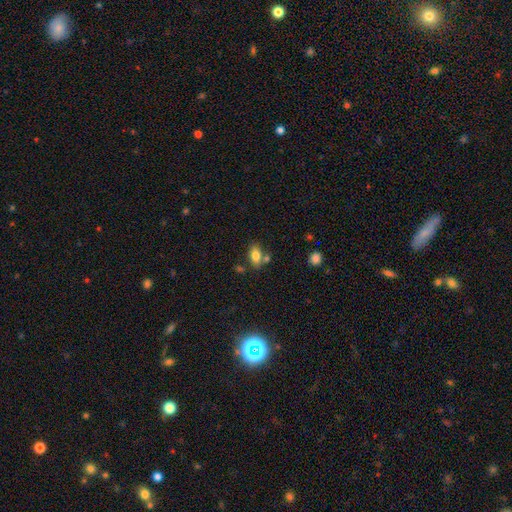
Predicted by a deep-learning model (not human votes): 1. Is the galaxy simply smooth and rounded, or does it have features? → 79% smooth, 13% featured or disk, 9% star or artifact.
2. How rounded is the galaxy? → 88% in between, 7% round, 5% cigar-shaped.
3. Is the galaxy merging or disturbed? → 63% none, 19% merger, 14% minor disturbance, 4% major disturbance.